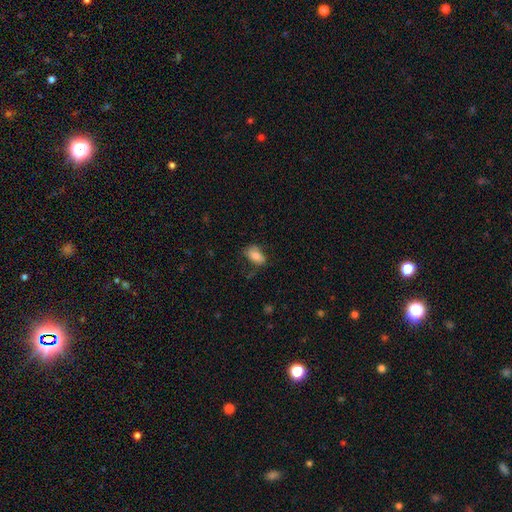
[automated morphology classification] The model was most divided on "merging": none: 67%, minor disturbance: 24%, major disturbance: 7%, merger: 2%. More confident: how rounded — in between (89%); smooth or featured — smooth (73%).